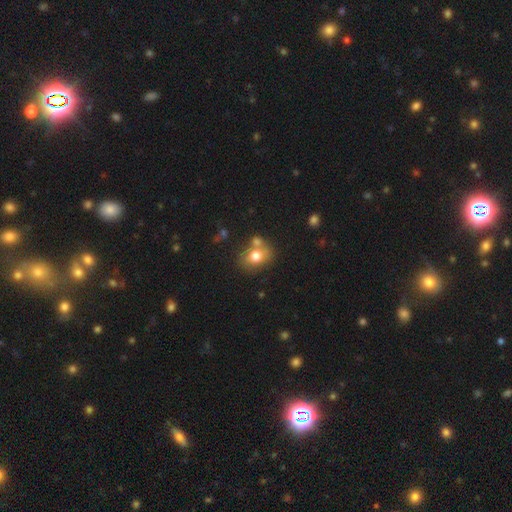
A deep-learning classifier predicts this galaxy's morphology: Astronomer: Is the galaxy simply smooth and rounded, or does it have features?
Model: smooth — 74%.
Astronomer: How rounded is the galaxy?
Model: in between — 52% (runner-up: round, 47%).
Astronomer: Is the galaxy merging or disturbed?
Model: none — 59%.